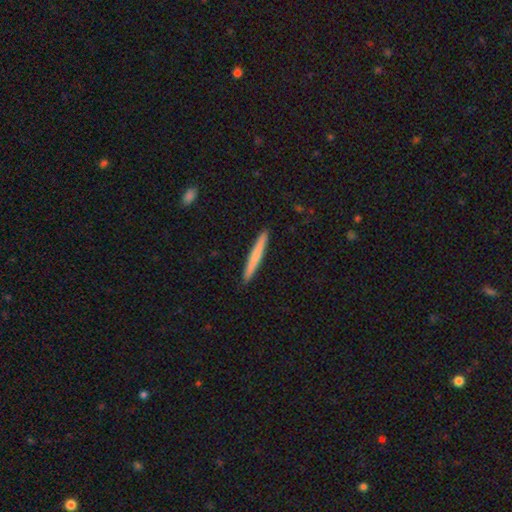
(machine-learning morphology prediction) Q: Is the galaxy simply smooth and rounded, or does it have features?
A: smooth — 70%.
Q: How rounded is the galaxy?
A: cigar-shaped — 97%.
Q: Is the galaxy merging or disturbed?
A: none — 93%.